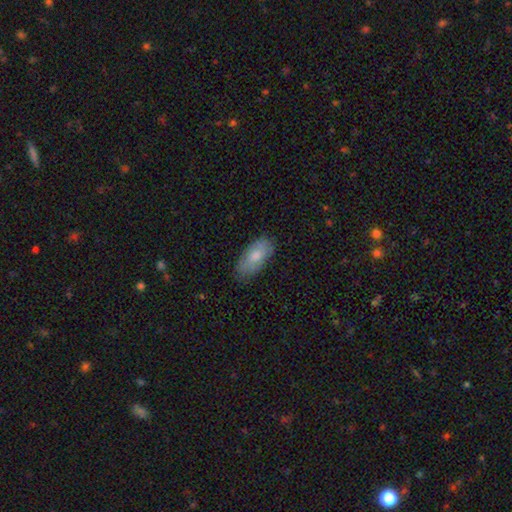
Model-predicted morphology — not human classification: type=smooth (78%); roundness=in between (89%); merging=none (76%).